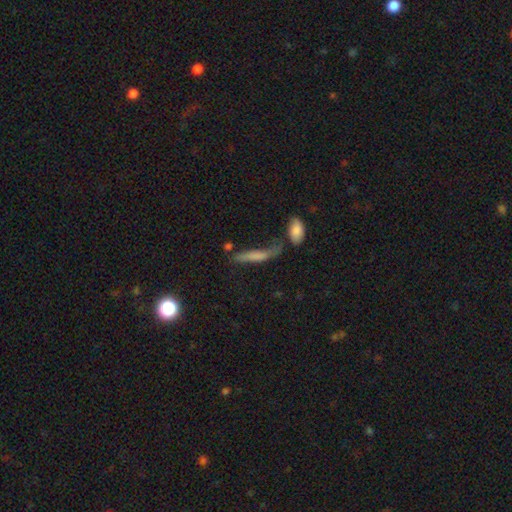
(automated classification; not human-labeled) Smooth or featured? smooth (63%)
How rounded? cigar-shaped (81%)
Merging? none (43%)